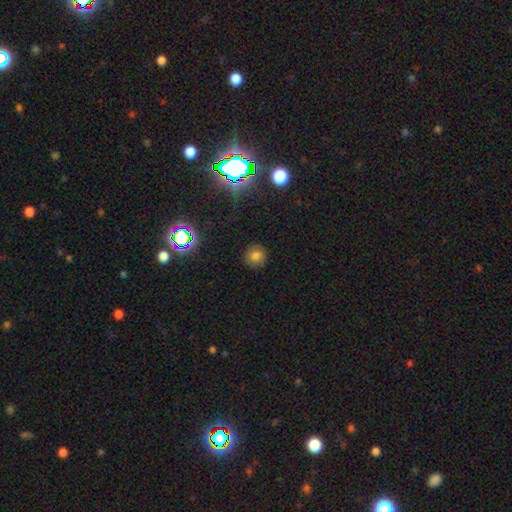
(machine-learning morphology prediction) Smooth or featured? Predicted: smooth (p=0.71). How rounded? Predicted: round (p=0.92). Merging? Predicted: none (p=0.87).